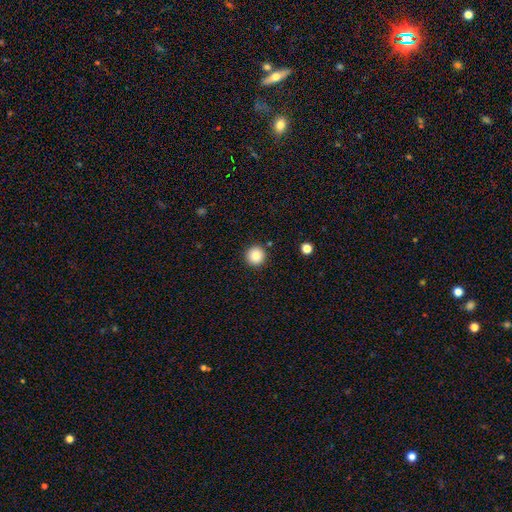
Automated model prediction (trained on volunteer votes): smooth-or-featured: smooth: 86% | star or artifact: 10% | featured or disk: 4%
  how-rounded: round: 95% | in between: 4% | cigar-shaped: 1%
  merging: none: 91% | minor disturbance: 5% | merger: 2% | major disturbance: 2%